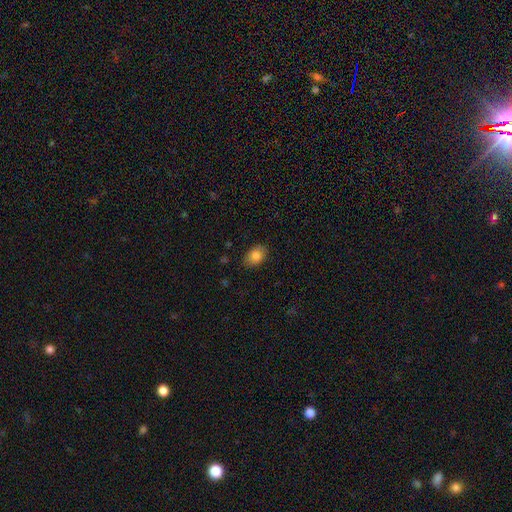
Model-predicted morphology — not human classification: smooth-or-featured: smooth: 84% | star or artifact: 8% | featured or disk: 8%
  how-rounded: in between: 83% | round: 16% | cigar-shaped: 1%
  merging: none: 84% | minor disturbance: 12% | major disturbance: 3% | merger: 1%